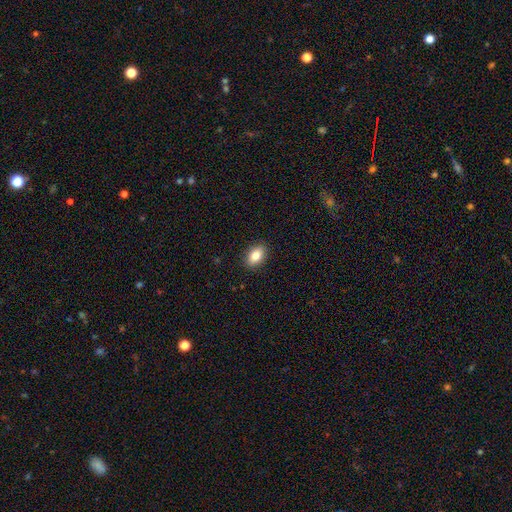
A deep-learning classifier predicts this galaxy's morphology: Smooth or featured: smooth — 83% (featured or disk — 9%)
How rounded: in between — 86% (round — 12%)
Merging: none — 89% (minor disturbance — 8%)